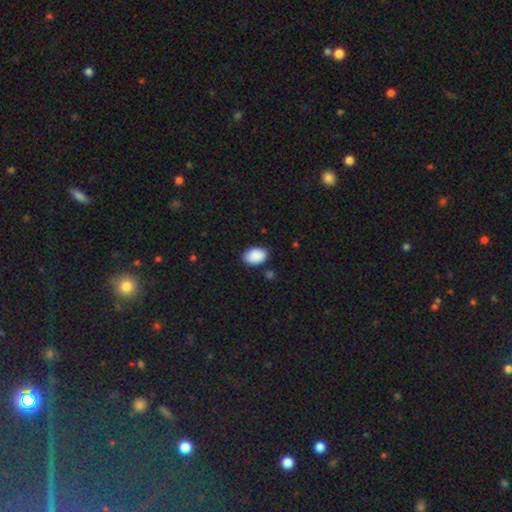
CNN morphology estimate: smooth 89%, star or artifact 7%, featured or disk 4%. Down the decision tree: how rounded — in between (85%); merging — none (81%).